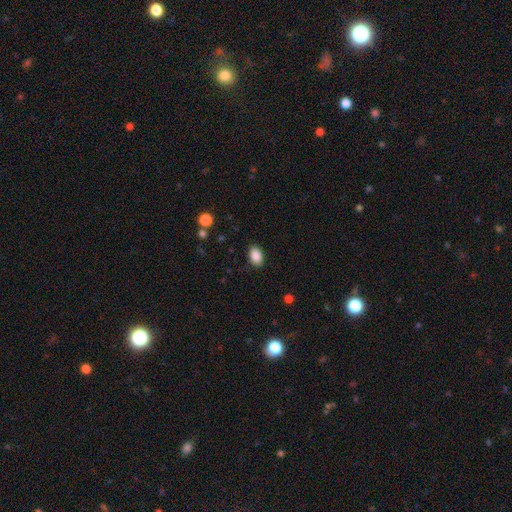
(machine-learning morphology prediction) smooth-or-featured: smooth: 88% | star or artifact: 8% | featured or disk: 4%
  how-rounded: in between: 87% | round: 12% | cigar-shaped: 1%
  merging: none: 87% | minor disturbance: 9% | major disturbance: 2% | merger: 1%